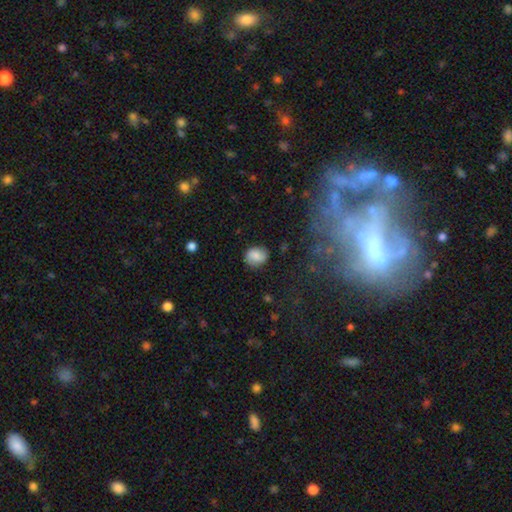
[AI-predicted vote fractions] smooth 76%, featured or disk 16%, star or artifact 9%. Down the decision tree: how rounded — round (59%); merging — none (79%).